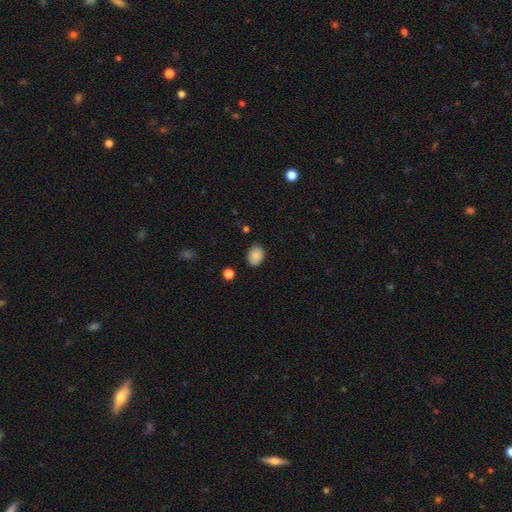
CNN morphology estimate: This appears to be a smooth galaxy with no disk features (87%) that is in between round and cigar-shaped (65%). Merging: none (83%).